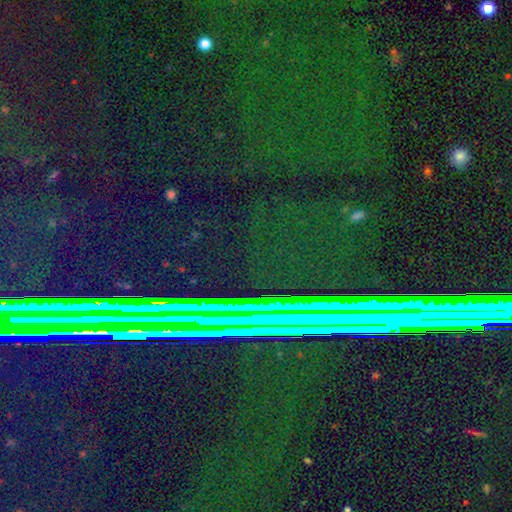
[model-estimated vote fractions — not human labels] This is clearly a star or artifact rather than a galaxy (83%).